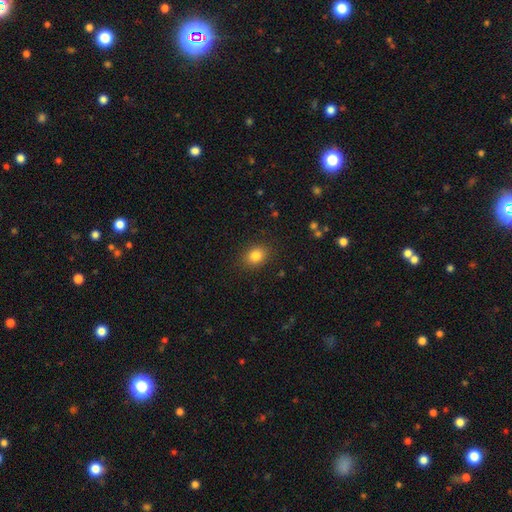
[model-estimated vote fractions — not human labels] smooth-or-featured: smooth: 83% | star or artifact: 11% | featured or disk: 6%
  how-rounded: in between: 52% | round: 47% | cigar-shaped: 1%
  merging: none: 87% | minor disturbance: 9% | major disturbance: 3% | merger: 1%